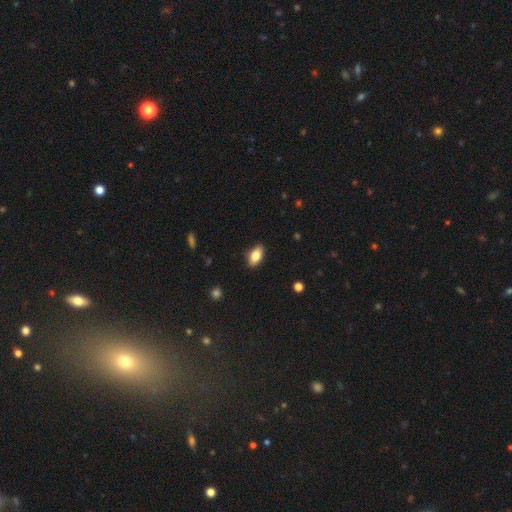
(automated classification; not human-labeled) smooth 82%, featured or disk 11%, star or artifact 7%. Down the decision tree: how rounded — in between (90%); merging — none (87%).